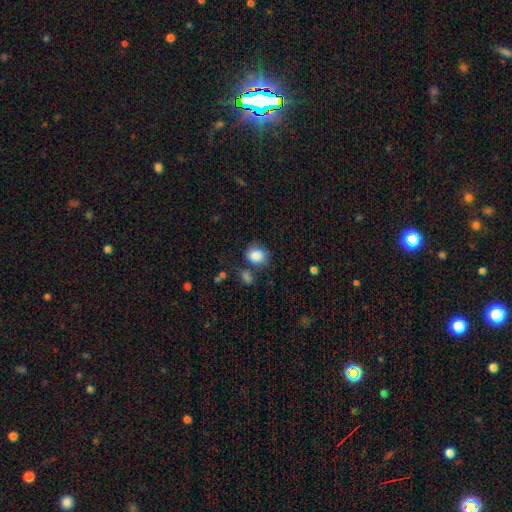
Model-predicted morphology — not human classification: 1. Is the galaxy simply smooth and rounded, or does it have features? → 86% smooth, 8% star or artifact, 6% featured or disk.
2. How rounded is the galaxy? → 57% round, 42% in between, 1% cigar-shaped.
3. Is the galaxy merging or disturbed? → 68% none, 17% minor disturbance, 10% merger, 5% major disturbance.